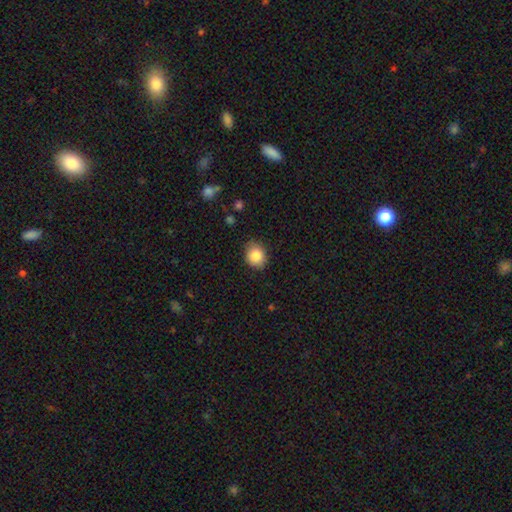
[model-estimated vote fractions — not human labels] Smooth or featured? Predicted: smooth (p=0.85). How rounded? Predicted: round (p=0.66). Merging? Predicted: none (p=0.83).